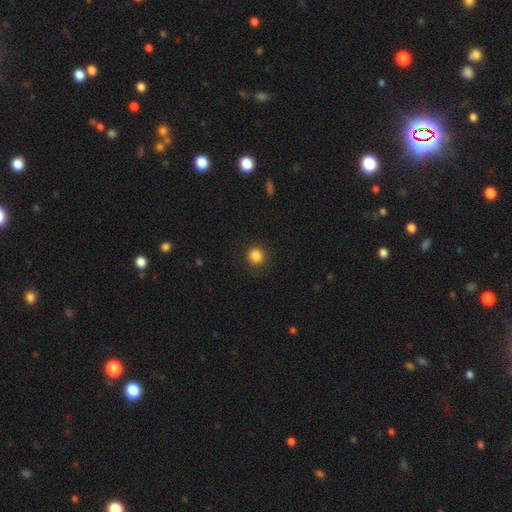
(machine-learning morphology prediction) smooth 85%, star or artifact 11%, featured or disk 4%. Down the decision tree: how rounded — round (92%); merging — none (87%).